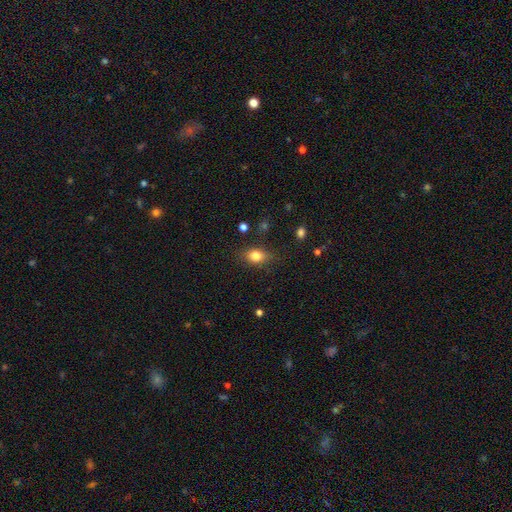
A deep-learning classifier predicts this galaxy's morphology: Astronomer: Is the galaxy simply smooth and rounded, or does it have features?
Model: smooth — 79%.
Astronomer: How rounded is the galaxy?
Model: in between — 67%.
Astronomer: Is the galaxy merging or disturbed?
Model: none — 76%.